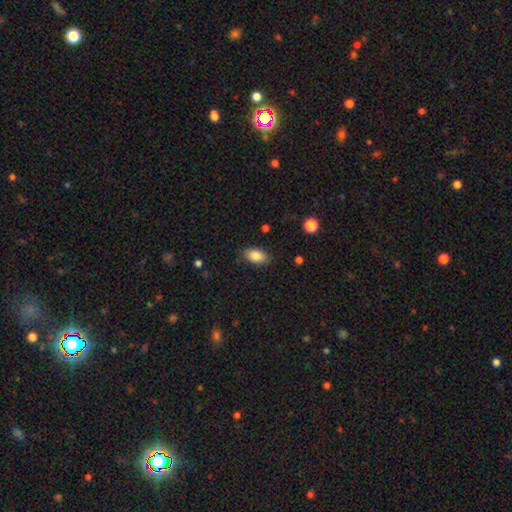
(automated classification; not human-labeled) smooth_or_featured: smooth (p=0.85) [alt: featured or disk p=0.08]
how_rounded: in between (p=0.91) [alt: round p=0.07]
merging: none (p=0.84) [alt: minor disturbance p=0.12]